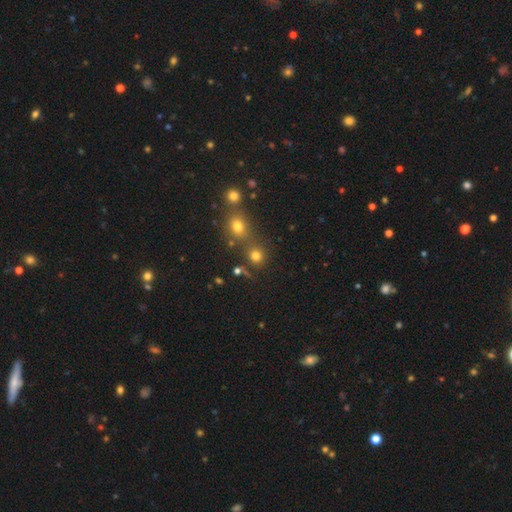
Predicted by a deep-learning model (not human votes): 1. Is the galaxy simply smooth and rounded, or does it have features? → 74% smooth, 18% star or artifact, 8% featured or disk.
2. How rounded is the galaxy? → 85% round, 14% in between, 1% cigar-shaped.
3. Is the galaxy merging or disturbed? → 61% none, 26% merger, 9% minor disturbance, 5% major disturbance.